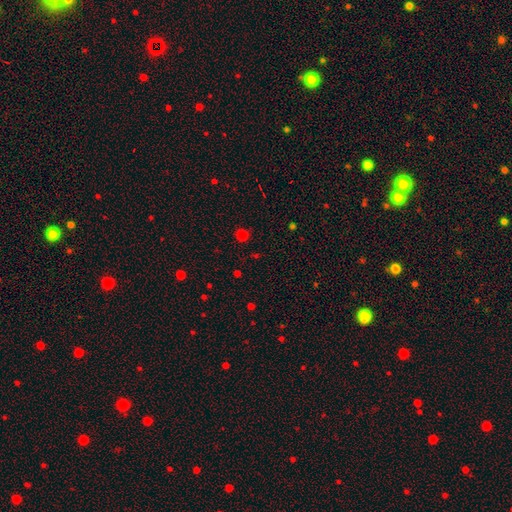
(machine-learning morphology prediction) The model was most divided on "smooth or featured": smooth: 60%, star or artifact: 36%, featured or disk: 4%. More confident: merging — none (88%); how rounded — round (88%).